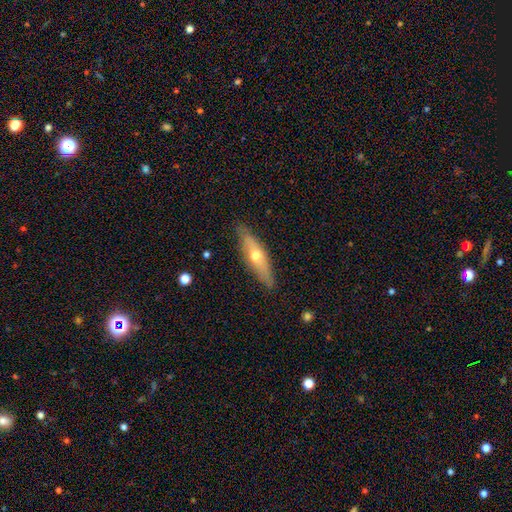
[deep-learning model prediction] This appears to be a featured or disk galaxy (53%) viewed edge-on (78%). Merging: none (86%).